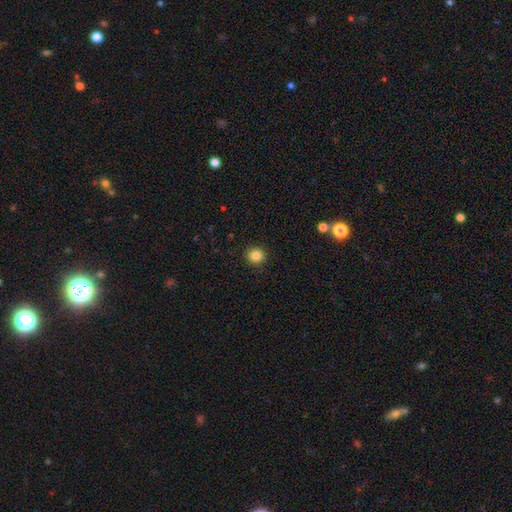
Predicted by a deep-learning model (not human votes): Overall: smooth (85%). How rounded: round (91%). Merging: none (92%).